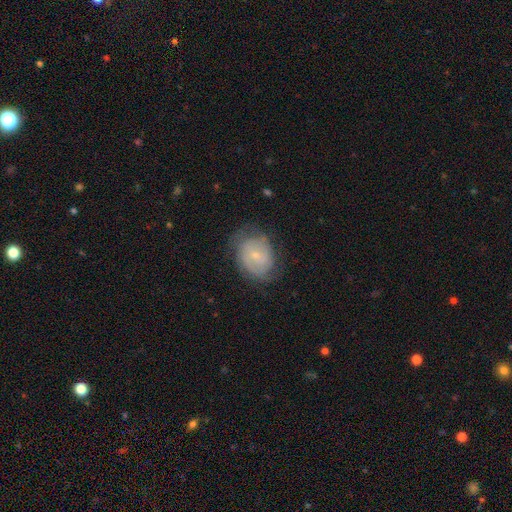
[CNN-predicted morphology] Smooth or featured?
  - featured or disk: 65% *
  - smooth: 28%
  - star or artifact: 7%
Edge-on disk?
  - no: 97% *
  - yes: 3%
Bar?
  - no: 60% *
  - weak: 34%
  - strong: 6%
Spiral arms?
  - yes: 83% *
  - no: 17%
Spiral winding?
  - tight: 58% *
  - medium: 31%
  - loose: 11%
Spiral arm count?
  - 2: 41% *
  - can't tell: 38%
  - 3: 9%
  - 1: 6%
  - 4: 3%
  - more than 4: 3%
Bulge size?
  - small: 72% *
  - moderate: 23%
  - none: 3%
  - large: 1%
  - dominant: 1%
Merging?
  - none: 67% *
  - minor disturbance: 22%
  - major disturbance: 10%
  - merger: 1%